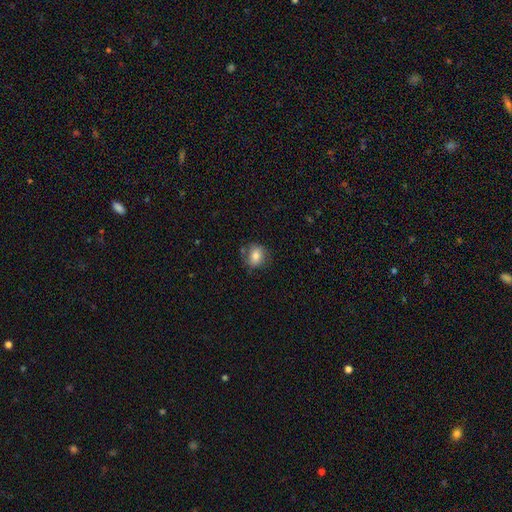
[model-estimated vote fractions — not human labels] Morphology: type=smooth (78%); roundness=round (60%); merging=none (71%).